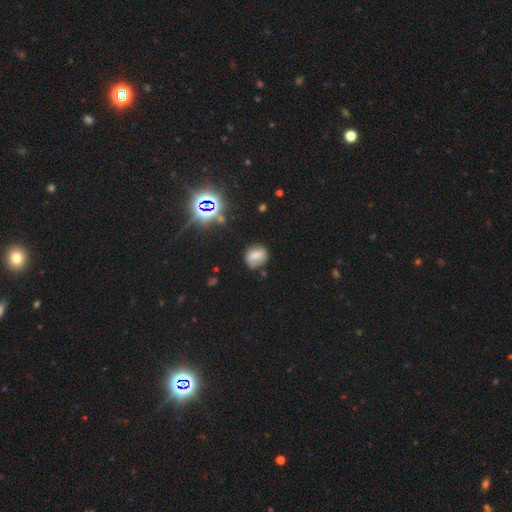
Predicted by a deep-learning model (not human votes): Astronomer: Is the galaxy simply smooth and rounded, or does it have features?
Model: smooth — 70%.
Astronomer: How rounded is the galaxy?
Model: round — 54% (runner-up: in between, 45%).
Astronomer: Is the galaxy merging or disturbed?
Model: none — 67%.